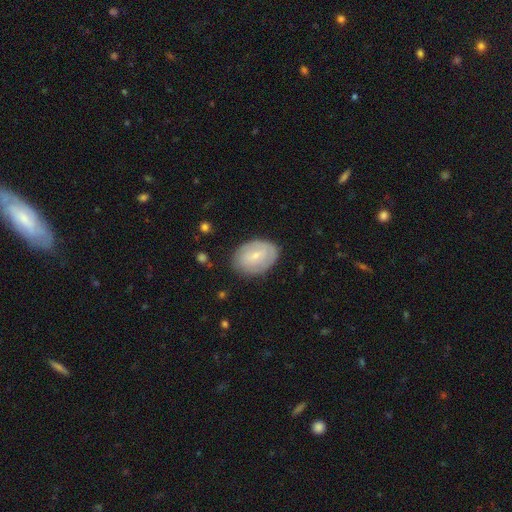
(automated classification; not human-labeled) Smooth or featured? smooth (47%, tied with featured or disk)
Merging? none (78%)